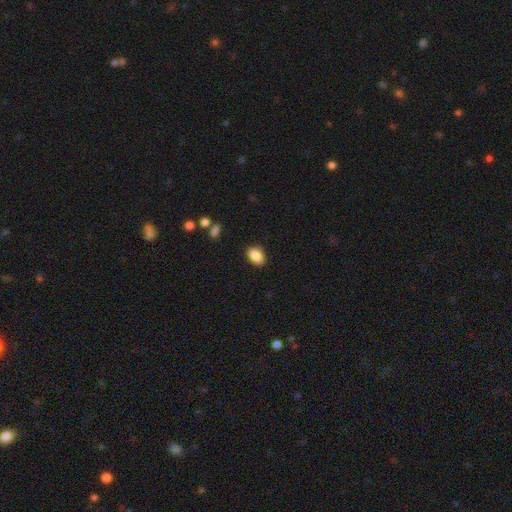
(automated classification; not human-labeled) The model was most divided on "how rounded": in between: 83%, round: 16%, cigar-shaped: 1%. More confident: smooth or featured — smooth (87%); merging — none (87%).